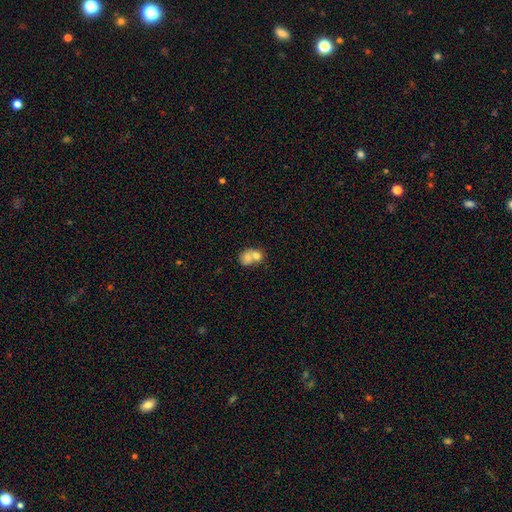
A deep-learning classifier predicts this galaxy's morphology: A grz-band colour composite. It shows a smooth galaxy with no disk features (69%) that is round (55%). Merging: merger (69%).